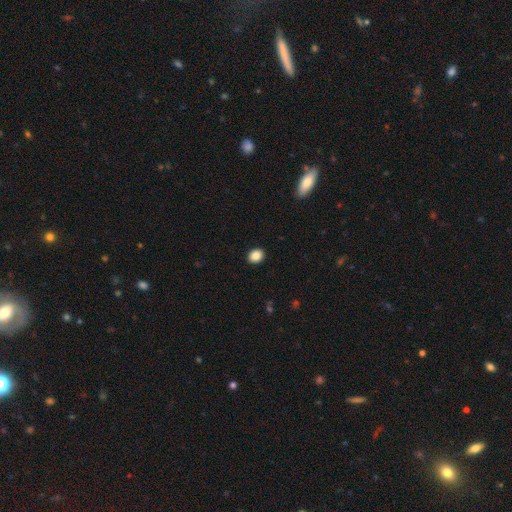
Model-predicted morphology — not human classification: A smooth galaxy with no disk features (87%) that is in between round and cigar-shaped (53%).

Vote fractions:
- Smooth or featured? smooth: 87% / star or artifact: 9% / featured or disk: 4%
- How rounded? in between: 53% / round: 46% / cigar-shaped: 1%
- Merging? none: 92% / minor disturbance: 6% / major disturbance: 2% / merger: 1%